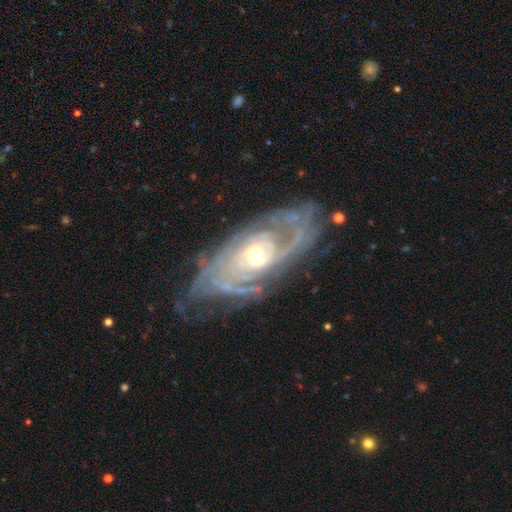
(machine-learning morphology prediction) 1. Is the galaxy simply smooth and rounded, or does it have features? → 89% featured or disk, 6% smooth, 6% star or artifact.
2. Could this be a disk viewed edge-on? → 92% no, 8% yes.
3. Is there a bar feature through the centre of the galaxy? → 60% no, 30% weak, 10% strong.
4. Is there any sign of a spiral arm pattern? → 95% yes, 5% no.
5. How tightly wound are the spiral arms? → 64% tight, 29% medium, 7% loose.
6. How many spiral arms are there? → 34% can't tell, 24% 2, 17% 3, 10% 4, 8% more than 4, 6% 1.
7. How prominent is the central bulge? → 58% moderate, 34% small, 6% large, 1% none, 1% dominant.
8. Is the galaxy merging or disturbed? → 68% none, 20% minor disturbance, 10% major disturbance, 2% merger.